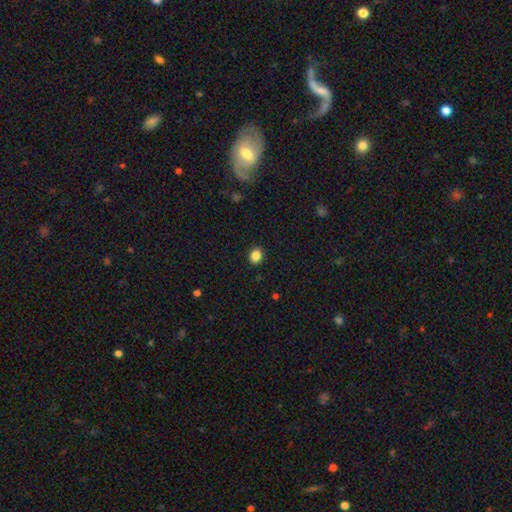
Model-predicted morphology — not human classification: The model was most divided on "how rounded": round: 65%, in between: 35%, cigar-shaped: 1%. More confident: merging — none (90%); smooth or featured — smooth (86%).